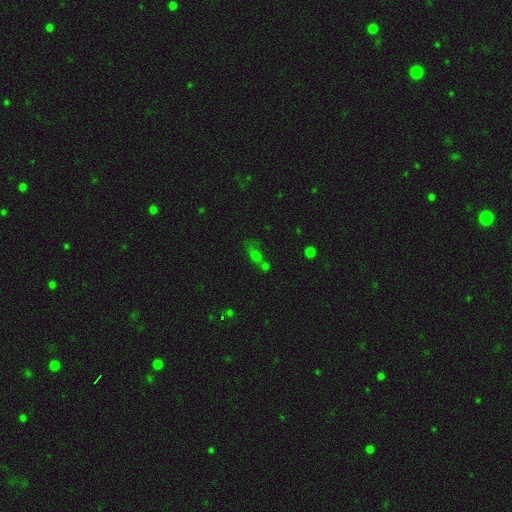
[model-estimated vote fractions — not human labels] This appears to be a smooth galaxy with no disk features (54%) that is in between round and cigar-shaped (60%). Merging: none (40%).